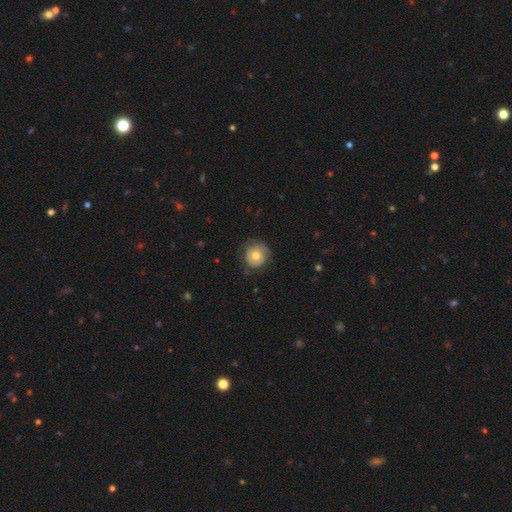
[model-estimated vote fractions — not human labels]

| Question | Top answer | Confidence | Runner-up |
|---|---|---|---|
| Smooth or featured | smooth | 66% | featured or disk (26%) |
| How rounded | round | 90% | in between (9%) |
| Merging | none | 68% | minor disturbance (24%) |